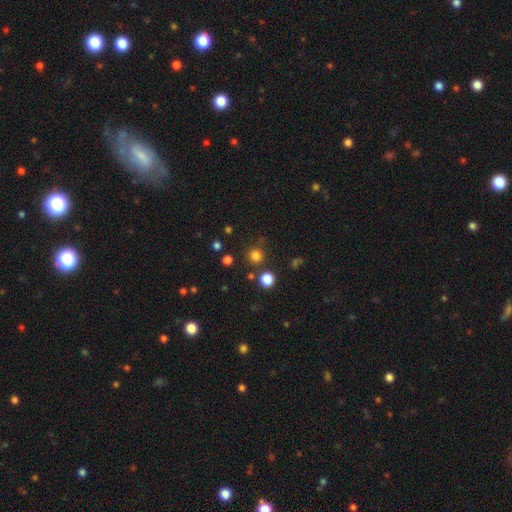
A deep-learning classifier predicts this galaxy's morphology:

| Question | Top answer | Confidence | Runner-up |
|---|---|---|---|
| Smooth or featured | smooth | 78% | star or artifact (17%) |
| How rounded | round | 94% | in between (5%) |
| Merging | none | 83% | minor disturbance (8%) |